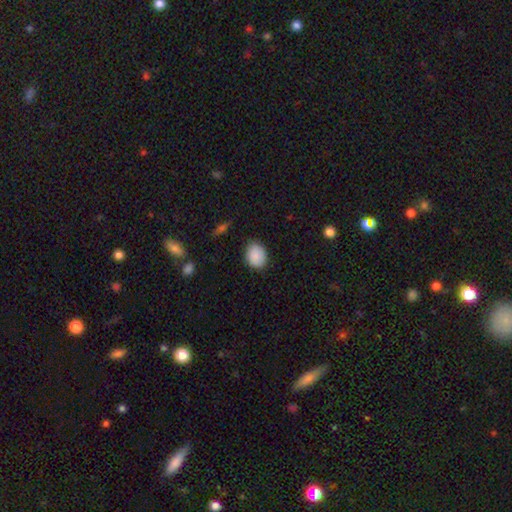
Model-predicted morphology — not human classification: type=smooth (89%); roundness=in between (57%); merging=none (83%).